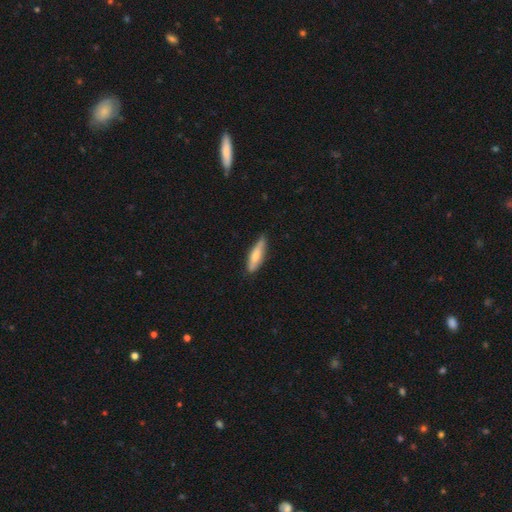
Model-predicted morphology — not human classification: smooth-or-featured: smooth: 68% | featured or disk: 26% | star or artifact: 5%
  how-rounded: cigar-shaped: 68% | in between: 30% | round: 2%
  merging: none: 79% | minor disturbance: 18% | major disturbance: 2% | merger: 1%